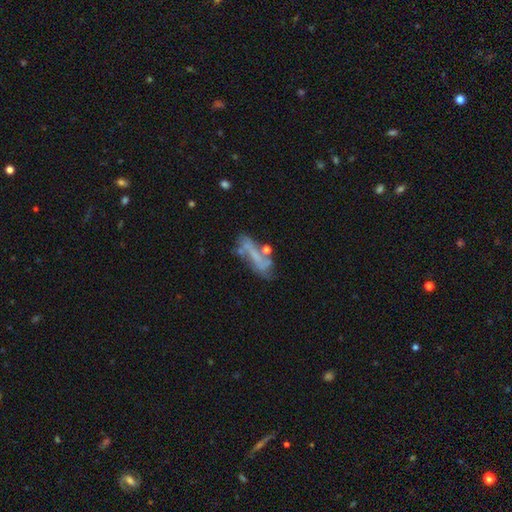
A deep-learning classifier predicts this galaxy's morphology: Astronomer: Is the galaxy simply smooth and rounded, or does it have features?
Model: featured or disk — 56% (runner-up: smooth, 32%).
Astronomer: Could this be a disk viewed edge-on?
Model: no — 77%.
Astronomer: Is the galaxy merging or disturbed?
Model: none — 44% (runner-up: minor disturbance, 23%).